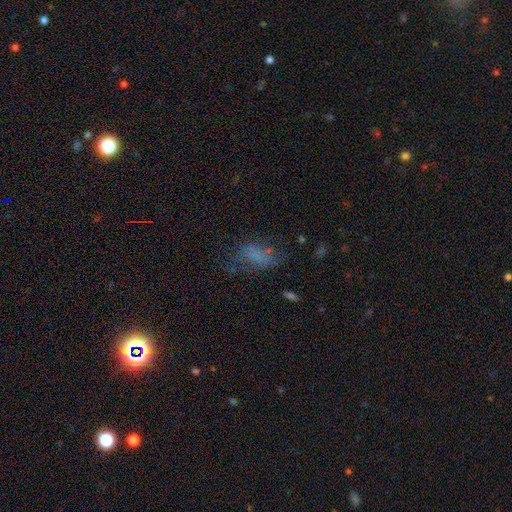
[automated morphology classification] Smooth or featured? Predicted: smooth (p=0.60). How rounded? Predicted: in between (p=0.87). Merging? Predicted: none (p=0.44).